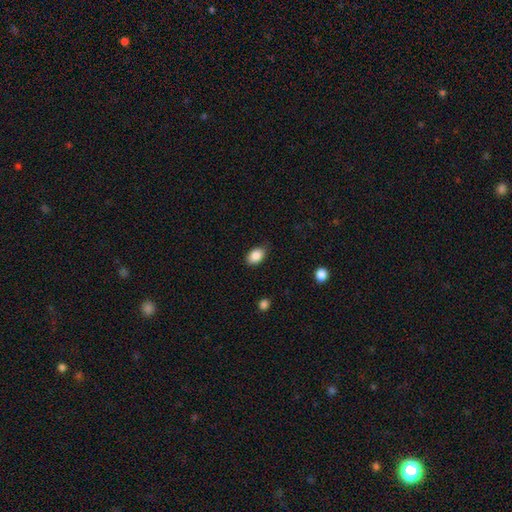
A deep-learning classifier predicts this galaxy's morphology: type=smooth (88%); roundness=in between (85%); merging=none (81%).